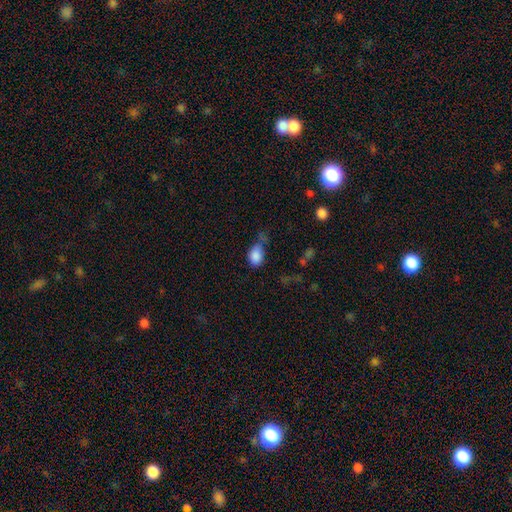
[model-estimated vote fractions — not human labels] Smooth or featured?
  - smooth: 86% *
  - star or artifact: 8%
  - featured or disk: 5%
How rounded?
  - in between: 83% *
  - round: 16%
  - cigar-shaped: 2%
Merging?
  - none: 43% *
  - minor disturbance: 34%
  - major disturbance: 16%
  - merger: 7%